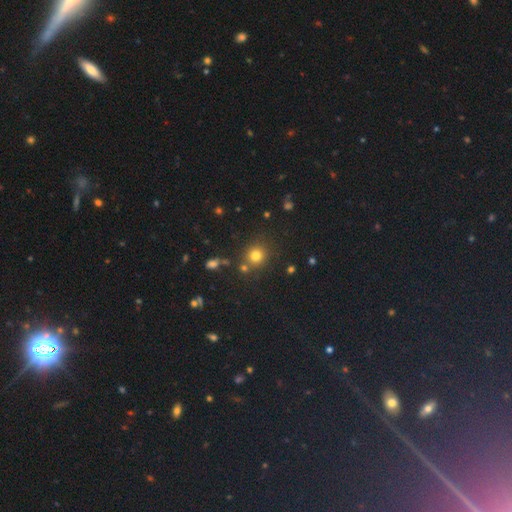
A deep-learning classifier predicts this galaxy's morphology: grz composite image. It shows a smooth galaxy with no disk features (76%) that is round (89%). Merging: none (78%).